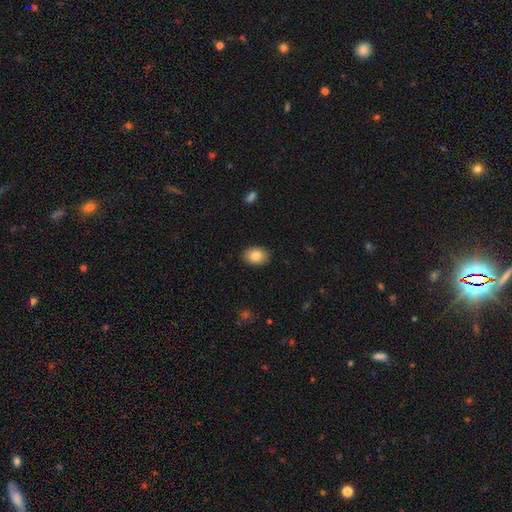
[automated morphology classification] Smooth or featured?
  - smooth: 85% *
  - featured or disk: 8%
  - star or artifact: 8%
How rounded?
  - in between: 73% *
  - round: 26%
  - cigar-shaped: 1%
Merging?
  - none: 88% *
  - minor disturbance: 9%
  - major disturbance: 2%
  - merger: 1%